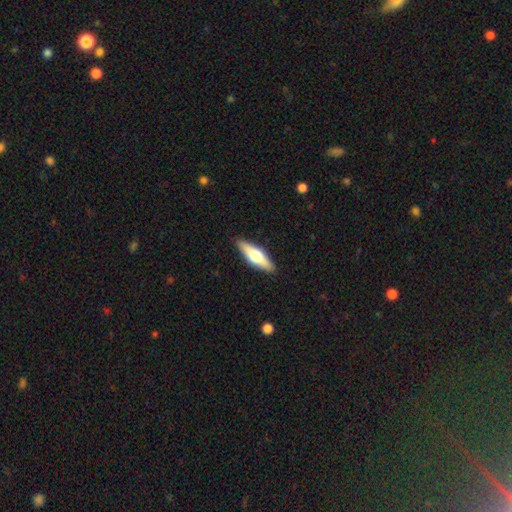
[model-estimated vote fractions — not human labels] Smooth or featured: smooth — 50% (featured or disk — 45%)
Merging: none — 90% (minor disturbance — 8%)